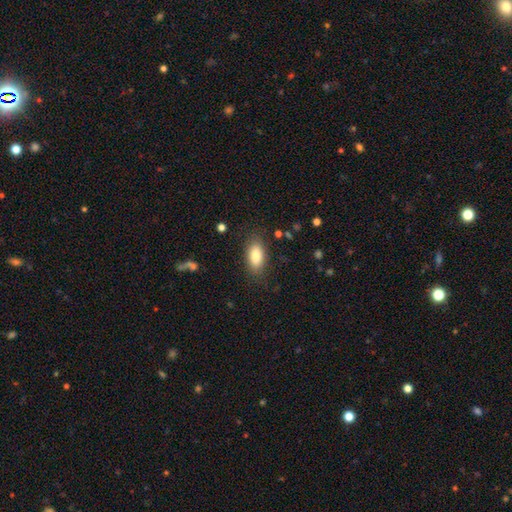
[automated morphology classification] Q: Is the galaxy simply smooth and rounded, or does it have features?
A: smooth — 84%.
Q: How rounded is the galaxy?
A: in between — 88%.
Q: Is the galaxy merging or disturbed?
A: none — 83%.